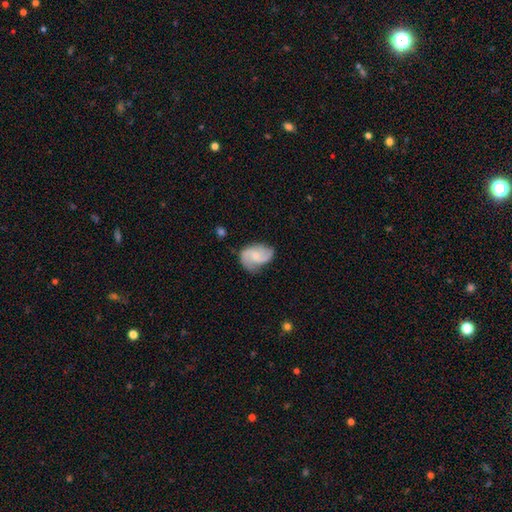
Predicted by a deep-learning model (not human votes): smooth-or-featured: featured or disk: 67% | smooth: 27% | star or artifact: 6%
  disk-edge-on: no: 98% | yes: 2%
    bar: no: 56% | weak: 38% | strong: 6%
    has-spiral-arms: yes: 94% | no: 6%
      spiral-winding: medium: 43% | loose: 42% | tight: 15%
      spiral-arm-count: 2: 81% | can't tell: 7% | 3: 6% | 1: 3% | 4: 1% | more than 4: 1%
    bulge-size: small: 51% | moderate: 27% | none: 19% | large: 2% | dominant: 1%
  merging: none: 64% | minor disturbance: 25% | major disturbance: 9% | merger: 2%